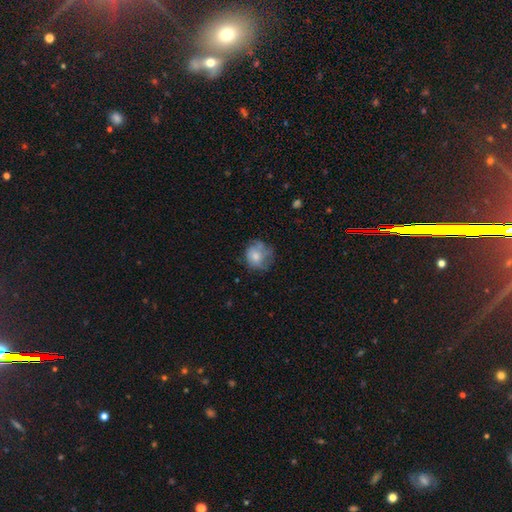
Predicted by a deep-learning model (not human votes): Morphology: type=smooth (66%); roundness=round (76%); merging=none (53%).